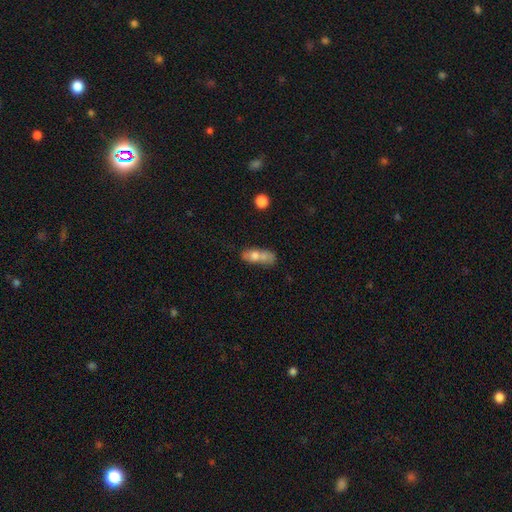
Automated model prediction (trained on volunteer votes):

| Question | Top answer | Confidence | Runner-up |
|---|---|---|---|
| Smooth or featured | smooth | 61% | featured or disk (29%) |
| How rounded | in between | 70% | cigar-shaped (16%) |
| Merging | merger | 48% | none (26%) |